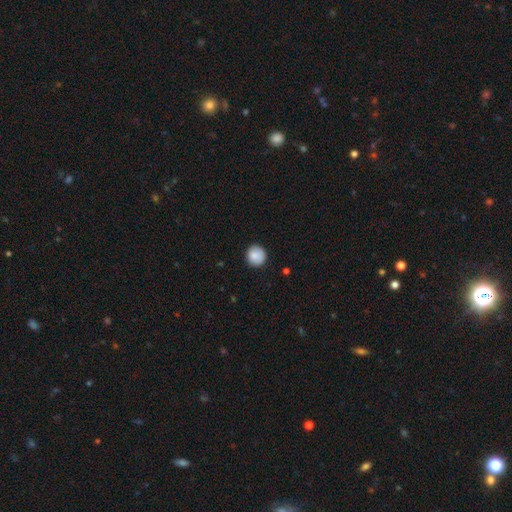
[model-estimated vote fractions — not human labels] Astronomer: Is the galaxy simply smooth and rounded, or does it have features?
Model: smooth — 87%.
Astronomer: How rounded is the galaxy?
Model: round — 91%.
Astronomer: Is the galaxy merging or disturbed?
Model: none — 86%.